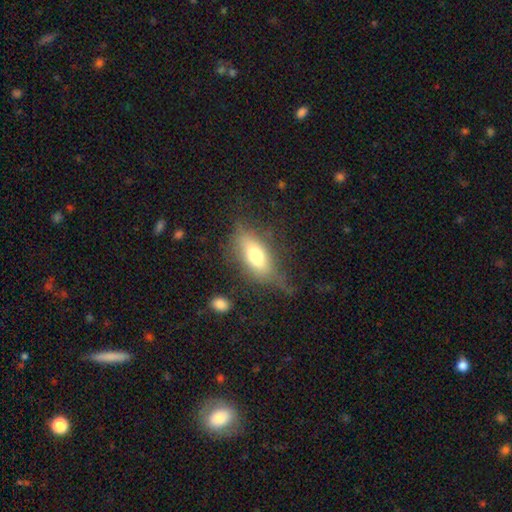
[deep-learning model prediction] Smooth or featured? smooth (63%)
How rounded? in between (78%)
Merging? none (54%)